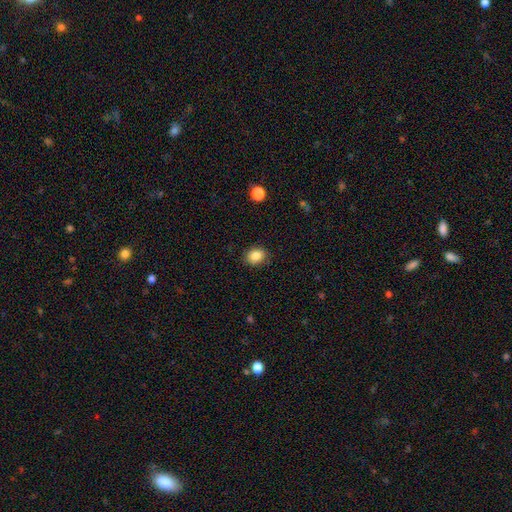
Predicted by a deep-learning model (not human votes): The model was most divided on "how rounded": in between: 52%, round: 47%, cigar-shaped: 1%. More confident: merging — none (87%); smooth or featured — smooth (85%).